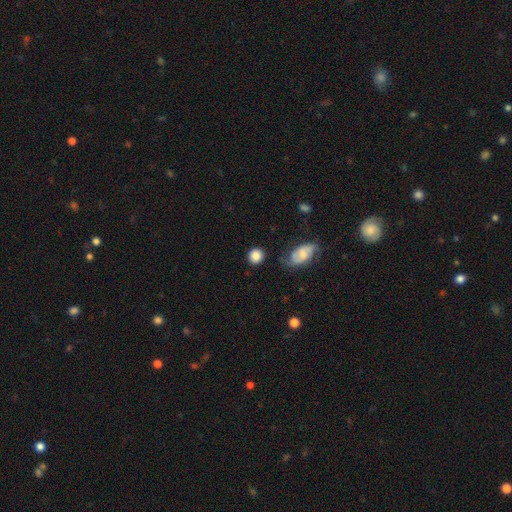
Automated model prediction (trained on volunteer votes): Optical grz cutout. It shows a smooth galaxy with no disk features (84%) that is round (86%). Merging: none (77%).